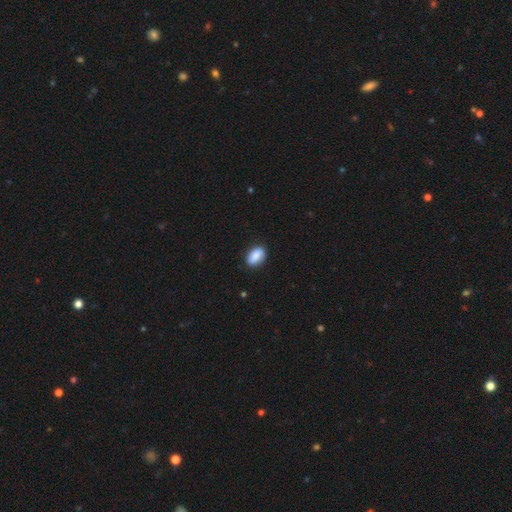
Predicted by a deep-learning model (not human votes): Smooth or featured? Predicted: smooth (p=0.82). How rounded? Predicted: in between (p=0.87). Merging? Predicted: none (p=0.86).